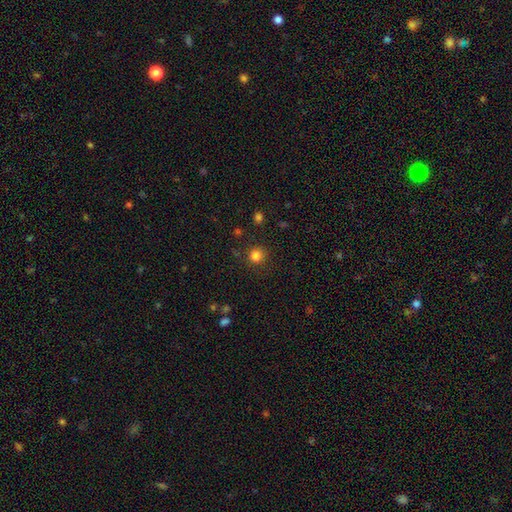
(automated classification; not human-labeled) A smooth galaxy with no disk features (82%) that is round (93%).

Vote fractions:
- Smooth or featured? smooth: 82% / star or artifact: 14% / featured or disk: 5%
- How rounded? round: 93% / in between: 6% / cigar-shaped: 1%
- Merging? none: 88% / minor disturbance: 7% / major disturbance: 3% / merger: 2%